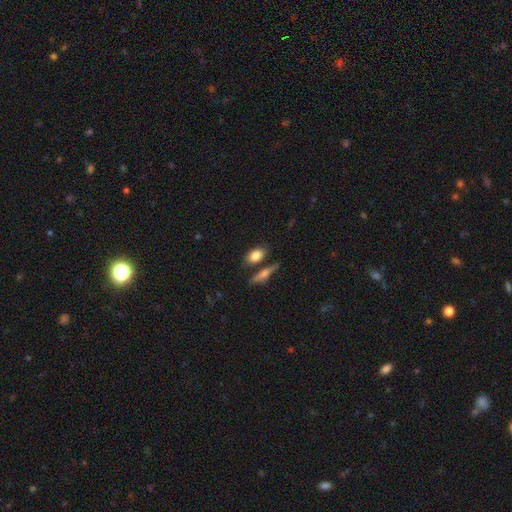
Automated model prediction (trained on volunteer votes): Q: Smooth or featured?
A: smooth (81%); runner-up: featured or disk (12%)
Q: How rounded?
A: in between (81%); runner-up: round (11%)
Q: Merging?
A: none (67%); runner-up: minor disturbance (15%)